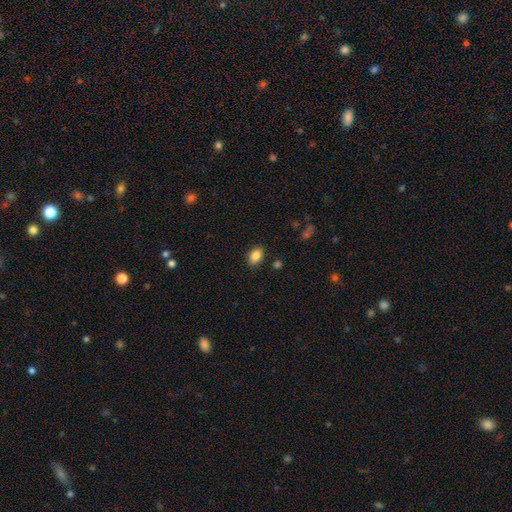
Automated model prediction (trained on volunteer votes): Smooth or featured?
  - smooth: 86% *
  - star or artifact: 9%
  - featured or disk: 6%
How rounded?
  - in between: 81% *
  - round: 17%
  - cigar-shaped: 1%
Merging?
  - none: 86% *
  - minor disturbance: 10%
  - major disturbance: 2%
  - merger: 2%